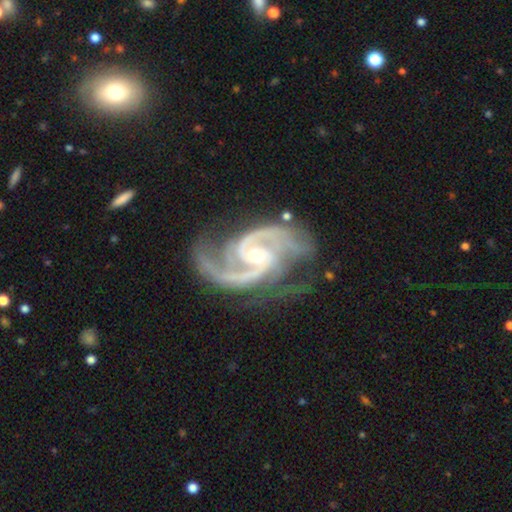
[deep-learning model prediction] Overall: featured or disk (94%). Edge-on disk: no (98%). Bar: weak (46%; no 32%). Spiral arms: yes (99%). Spiral arm count: 2 (77%). Spiral winding: medium (61%; tight 28%). Bulge size: small (50%; moderate 45%). Merging: none (67%).